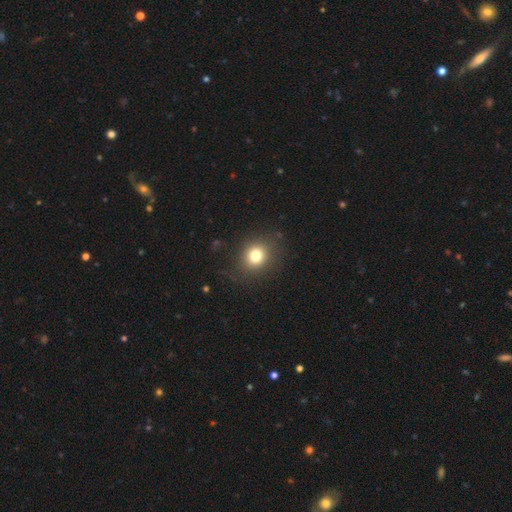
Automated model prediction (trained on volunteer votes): smooth_or_featured: smooth (p=0.78) [alt: star or artifact p=0.13]
how_rounded: round (p=0.77) [alt: in between p=0.22]
merging: none (p=0.82) [alt: minor disturbance p=0.11]